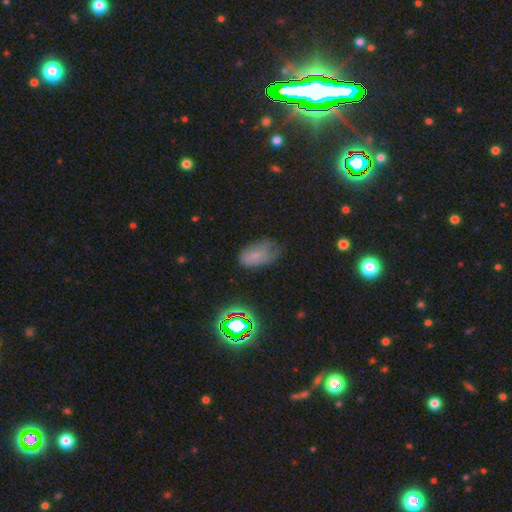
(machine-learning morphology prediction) Q: Smooth or featured?
A: smooth (60%); runner-up: featured or disk (20%)
Q: How rounded?
A: in between (91%); runner-up: round (6%)
Q: Merging?
A: none (45%); runner-up: minor disturbance (36%)